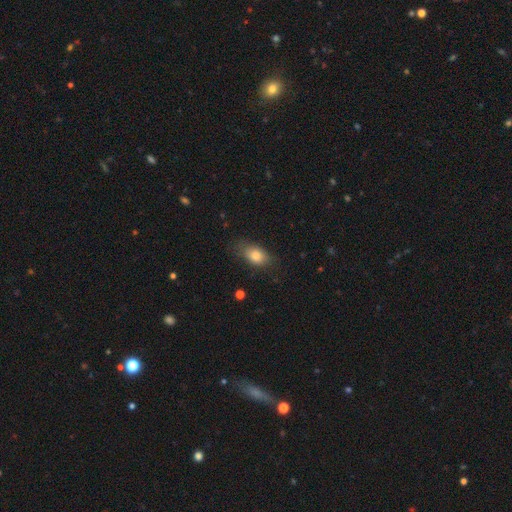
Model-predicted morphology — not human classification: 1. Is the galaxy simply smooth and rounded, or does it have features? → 80% smooth, 12% featured or disk, 9% star or artifact.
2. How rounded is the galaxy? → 83% in between, 13% round, 4% cigar-shaped.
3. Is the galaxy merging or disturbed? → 71% none, 21% minor disturbance, 7% major disturbance, 1% merger.